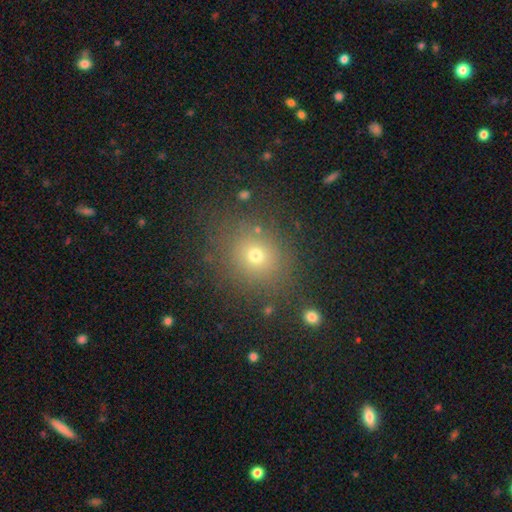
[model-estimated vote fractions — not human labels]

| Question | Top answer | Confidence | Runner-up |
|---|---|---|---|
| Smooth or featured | smooth | 67% | star or artifact (23%) |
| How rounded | round | 76% | in between (23%) |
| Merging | none | 83% | minor disturbance (10%) |